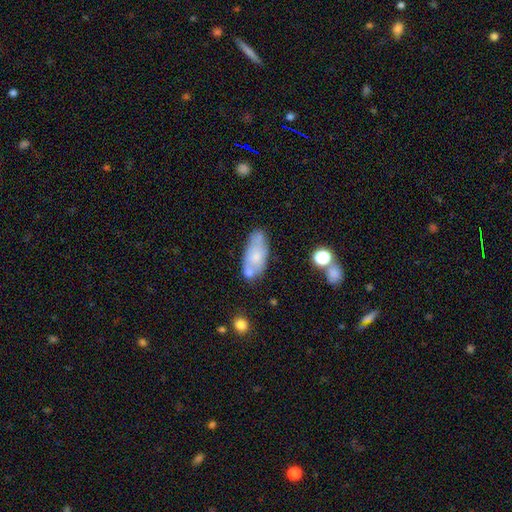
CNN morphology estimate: A smooth galaxy with no disk features (60%) that is in between round and cigar-shaped (83%). Merging: none (54%).